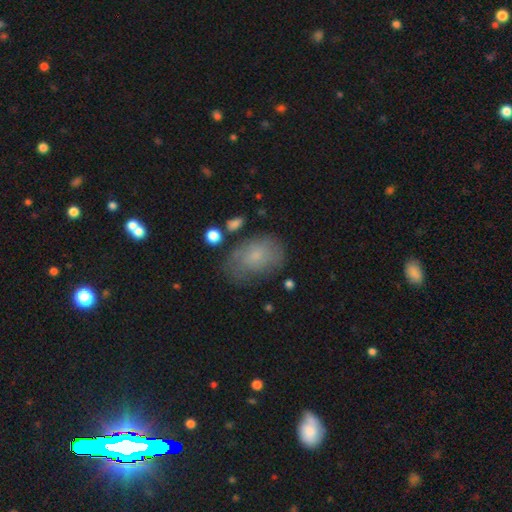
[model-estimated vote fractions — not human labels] smooth-or-featured: smooth: 68% | featured or disk: 22% | star or artifact: 10%
  how-rounded: in between: 82% | round: 16% | cigar-shaped: 1%
  merging: none: 59% | minor disturbance: 26% | major disturbance: 11% | merger: 4%